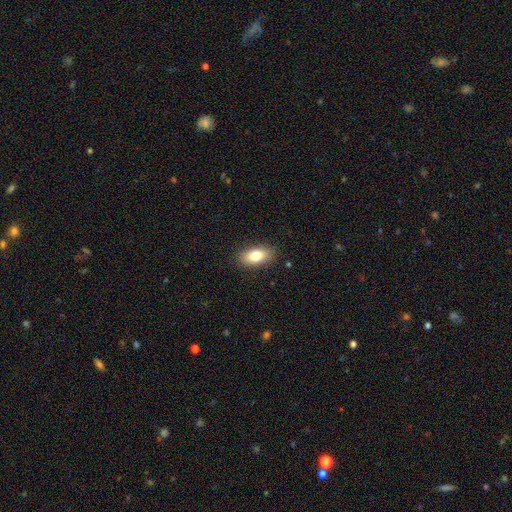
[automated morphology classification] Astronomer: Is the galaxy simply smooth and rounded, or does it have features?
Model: smooth — 81%.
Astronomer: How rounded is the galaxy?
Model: in between — 89%.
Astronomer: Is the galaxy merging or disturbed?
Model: none — 87%.